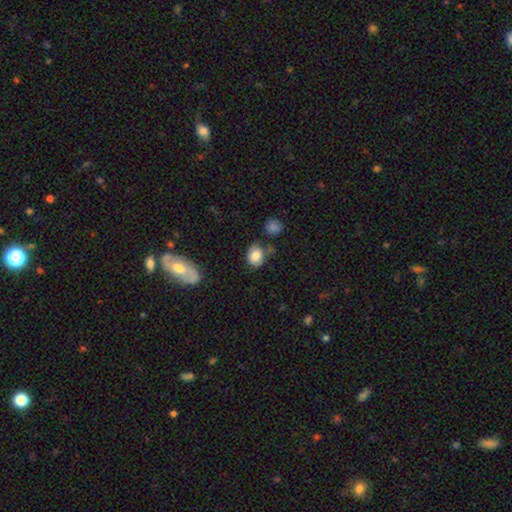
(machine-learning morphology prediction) The model was most divided on "how rounded": round: 51%, in between: 48%, cigar-shaped: 1%. More confident: smooth or featured — smooth (82%); merging — none (62%).